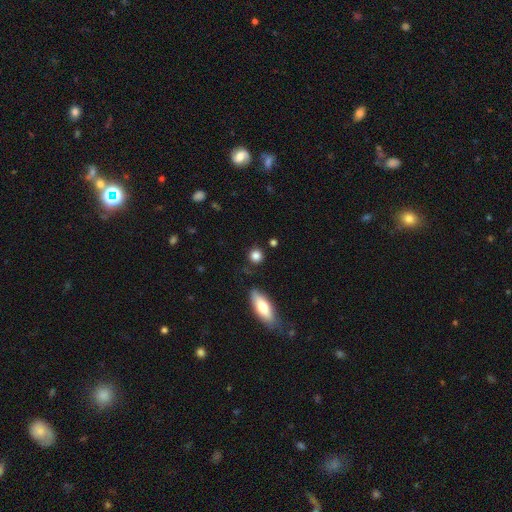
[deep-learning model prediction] Smooth or featured? Predicted: smooth (p=0.83). How rounded? Predicted: round (p=0.85). Merging? Predicted: none (p=0.83).